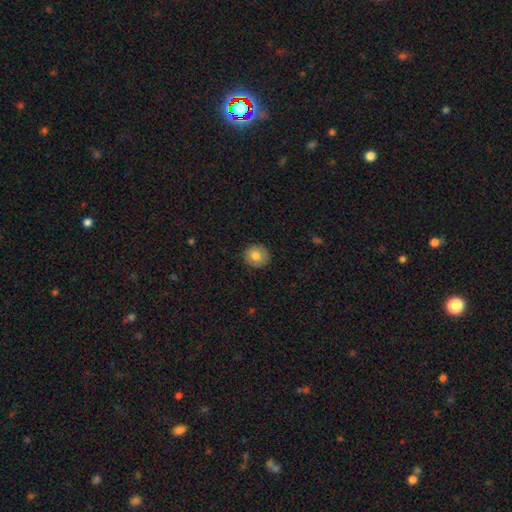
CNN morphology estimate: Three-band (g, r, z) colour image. It shows a smooth galaxy with no disk features (79%) that is round (85%). Merging: none (87%).